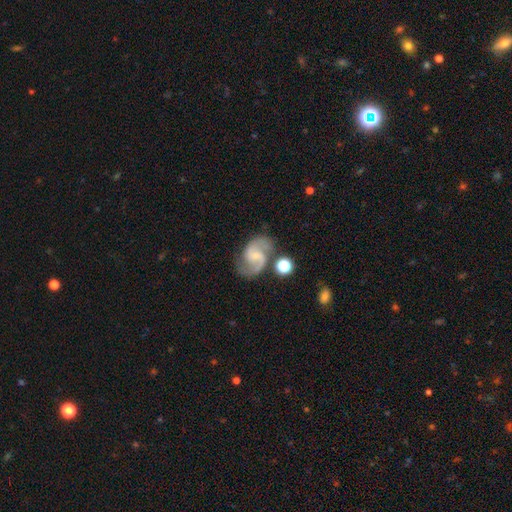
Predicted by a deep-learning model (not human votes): A featured or disk galaxy (86%) with no bar (46%), 2 (92%) medium (58%) spiral arms (97%) and a small central bulge (64%). Merging: none (71%).